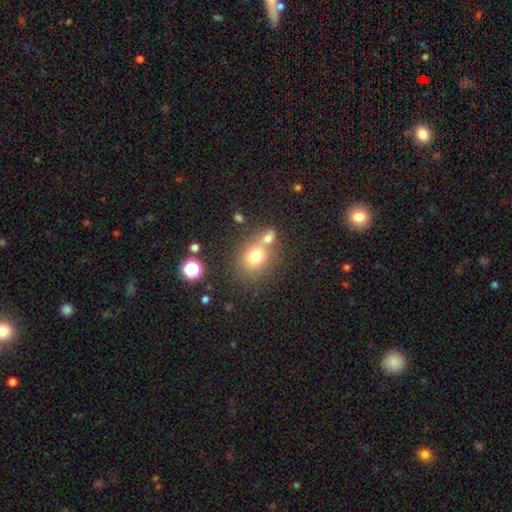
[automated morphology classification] This appears to be a smooth galaxy with no disk features (74%) that is round (64%). Merging: none (44%).